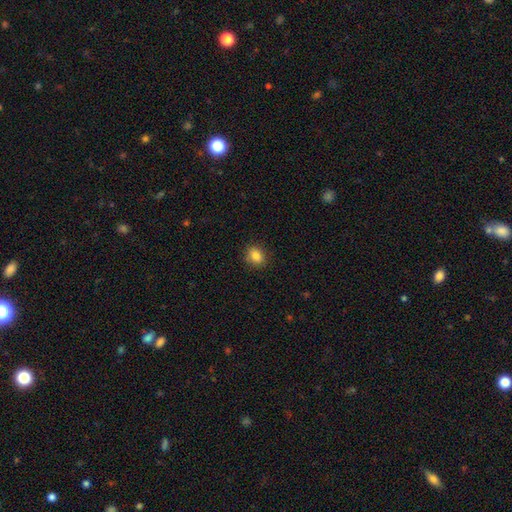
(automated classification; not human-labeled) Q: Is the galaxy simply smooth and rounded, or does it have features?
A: smooth — 85%.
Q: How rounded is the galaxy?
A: in between — 53%.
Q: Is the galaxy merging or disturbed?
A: none — 87%.